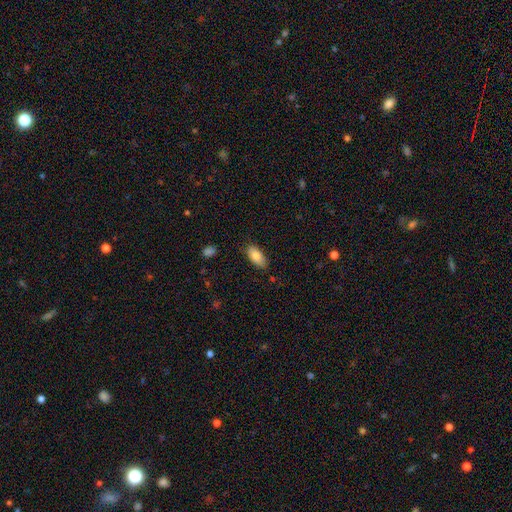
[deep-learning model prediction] Smooth or featured: smooth — 83% (featured or disk — 10%)
How rounded: in between — 89% (cigar-shaped — 9%)
Merging: none — 81% (minor disturbance — 14%)